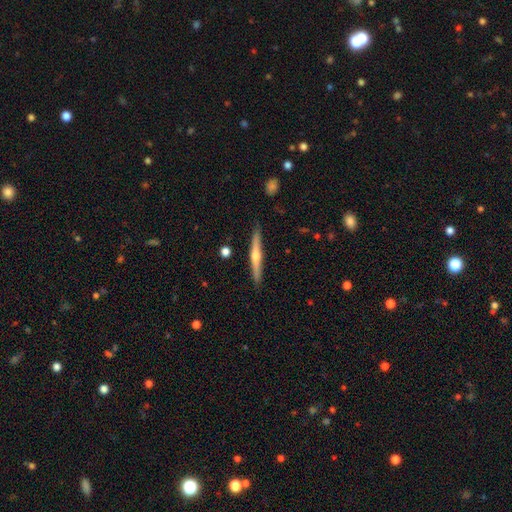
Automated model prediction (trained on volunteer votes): This appears to be a featured or disk galaxy (66%) viewed edge-on (98%) with a rounded central bulge (88%). Merging: none (89%).